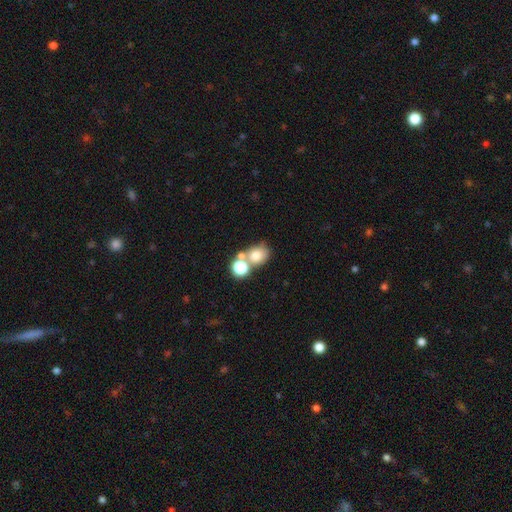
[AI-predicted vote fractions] Q: Smooth or featured?
A: smooth (70%); runner-up: star or artifact (15%)
Q: How rounded?
A: round (59%); runner-up: in between (40%)
Q: Merging?
A: none (43%); runner-up: merger (42%)